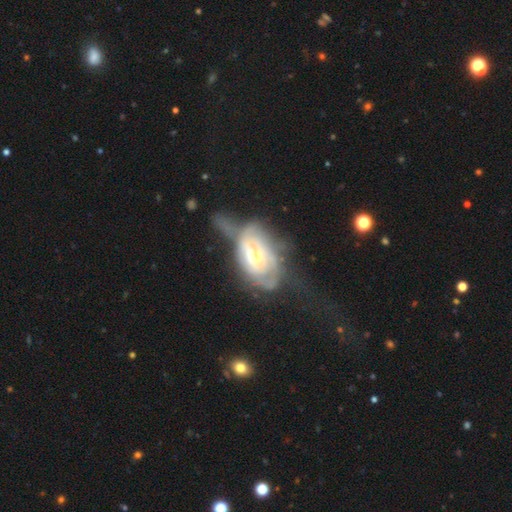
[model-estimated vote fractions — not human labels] This is likely a featured or disk galaxy (67%). It is clearly not viewed edge-on (94%). Bar: likely no (68%). Spiral arm pattern: possibly yes (56%). Central bulge: possibly moderate (45%). Merging: marginally major disturbance (44%).